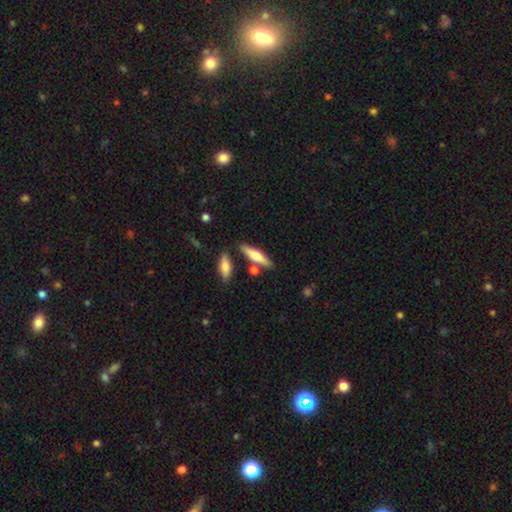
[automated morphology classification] Q: Smooth or featured?
A: smooth (55%); runner-up: featured or disk (38%)
Q: How rounded?
A: cigar-shaped (70%); runner-up: in between (27%)
Q: Merging?
A: none (76%); runner-up: minor disturbance (11%)